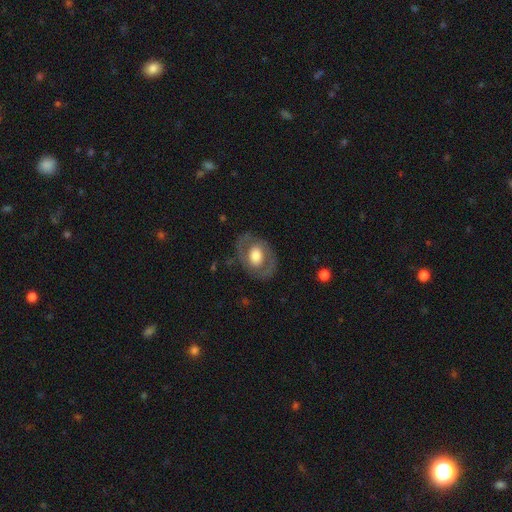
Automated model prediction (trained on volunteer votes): Q: Smooth or featured?
A: featured or disk (49%); runner-up: smooth (45%)
Q: Merging?
A: none (77%); runner-up: minor disturbance (13%)